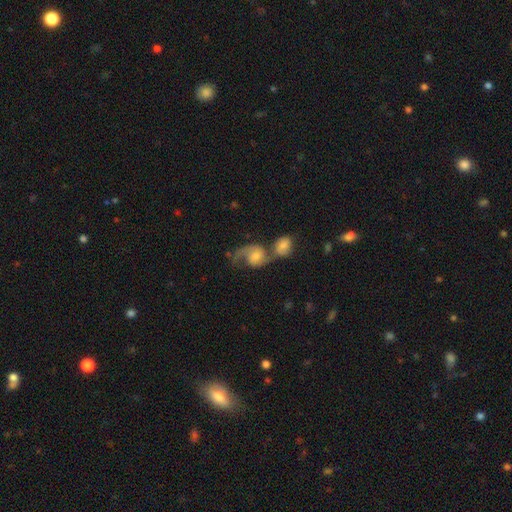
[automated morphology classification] This is likely a featured or disk galaxy (72%). It is clearly not viewed edge-on (97%). Bar: likely no (62%). Spiral arm pattern: clearly yes (93%). Spiral arm count: likely 2 (70%). Spiral winding: possibly loose (48%). Central bulge: possibly moderate (46%). Merging: possibly merger (50%).